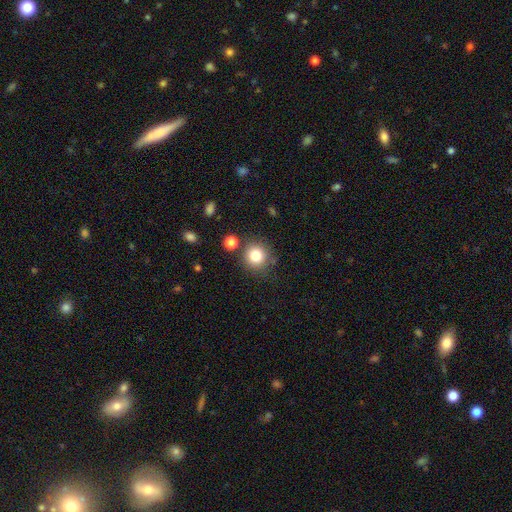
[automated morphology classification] A smooth galaxy with no disk features (81%) that is round (92%).

Vote fractions:
- Smooth or featured? smooth: 81% / star or artifact: 12% / featured or disk: 7%
- How rounded? round: 92% / in between: 7% / cigar-shaped: 1%
- Merging? none: 81% / minor disturbance: 9% / merger: 6% / major disturbance: 3%